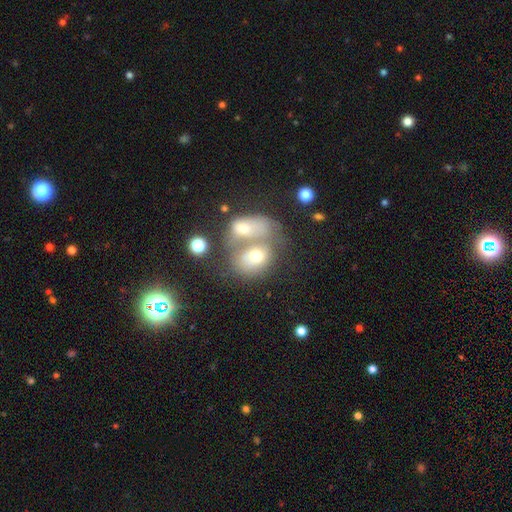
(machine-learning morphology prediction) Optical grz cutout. It shows a smooth galaxy with no disk features (63%) that is in between round and cigar-shaped (54%). Merging: merger (62%).